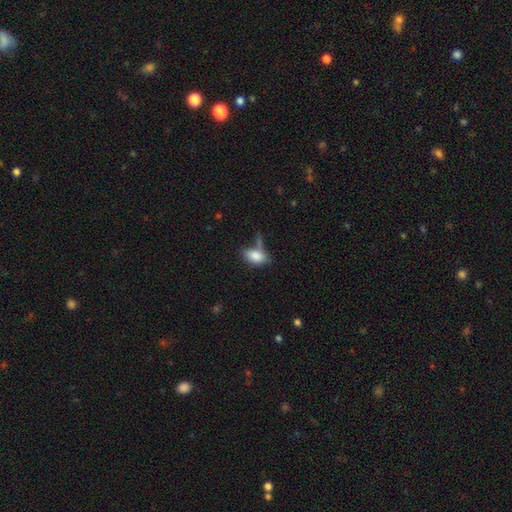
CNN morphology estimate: Overall: smooth (81%). How rounded: in between (89%). Merging: none (47%; minor disturbance 23%).